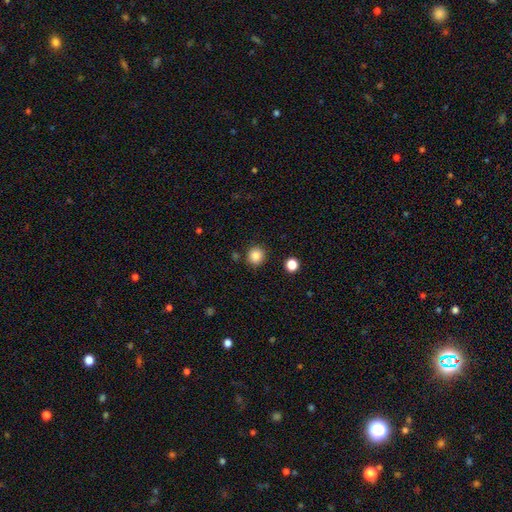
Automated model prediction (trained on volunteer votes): Q: Smooth or featured?
A: smooth (86%); runner-up: star or artifact (10%)
Q: How rounded?
A: round (92%); runner-up: in between (7%)
Q: Merging?
A: none (87%); runner-up: minor disturbance (7%)